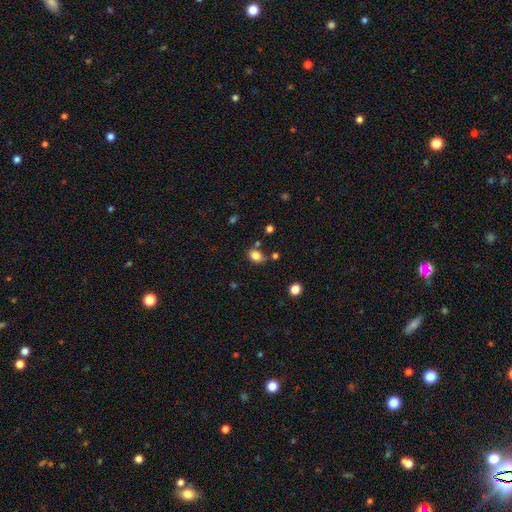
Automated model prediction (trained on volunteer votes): Smooth or featured? smooth (82%)
How rounded? in between (67%)
Merging? none (67%)